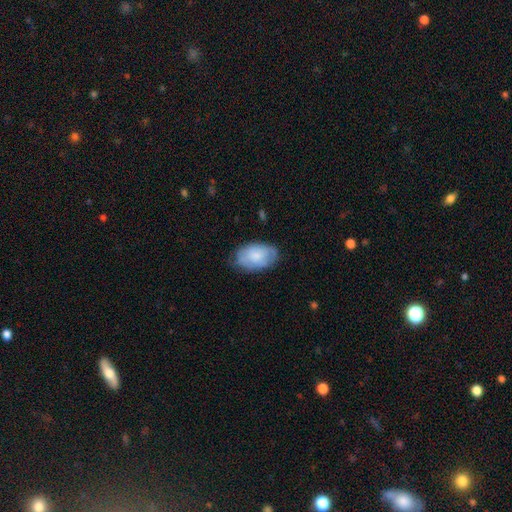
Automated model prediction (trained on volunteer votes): Overall: smooth (70%). How rounded: in between (91%). Merging: none (70%).